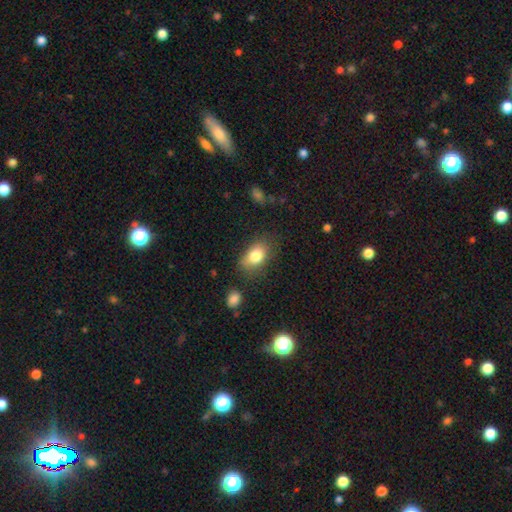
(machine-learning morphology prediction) smooth_or_featured: smooth (p=0.80) [alt: featured or disk p=0.11]
how_rounded: in between (p=0.82) [alt: round p=0.17]
merging: none (p=0.68) [alt: minor disturbance p=0.22]